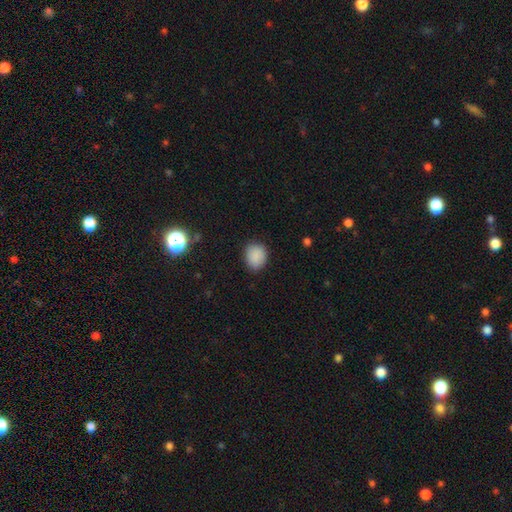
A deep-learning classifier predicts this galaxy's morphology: Q: Smooth or featured?
A: smooth (87%); runner-up: star or artifact (9%)
Q: How rounded?
A: round (59%); runner-up: in between (40%)
Q: Merging?
A: none (83%); runner-up: minor disturbance (13%)